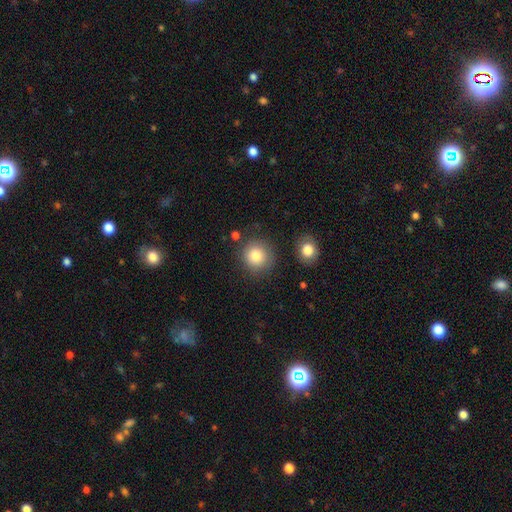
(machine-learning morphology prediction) Smooth or featured? smooth (82%)
How rounded? round (90%)
Merging? none (82%)